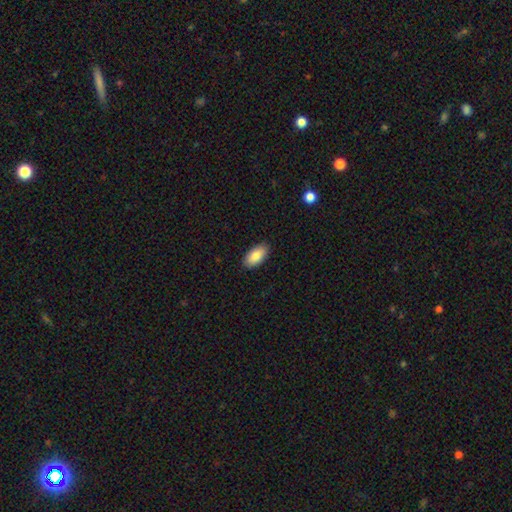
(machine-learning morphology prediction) type=smooth (84%); roundness=in between (94%); merging=none (89%).